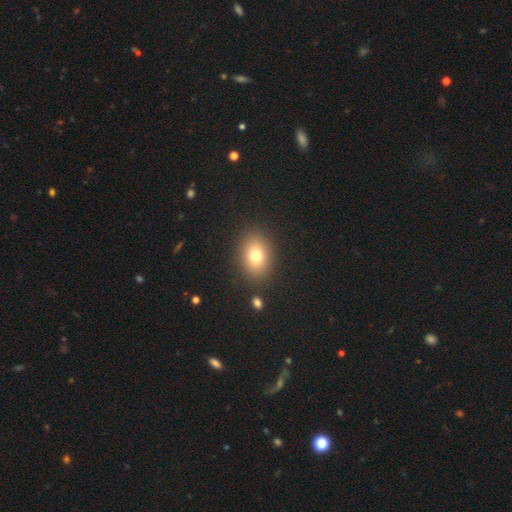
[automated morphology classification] Smooth or featured? smooth (76%)
How rounded? in between (65%)
Merging? none (86%)